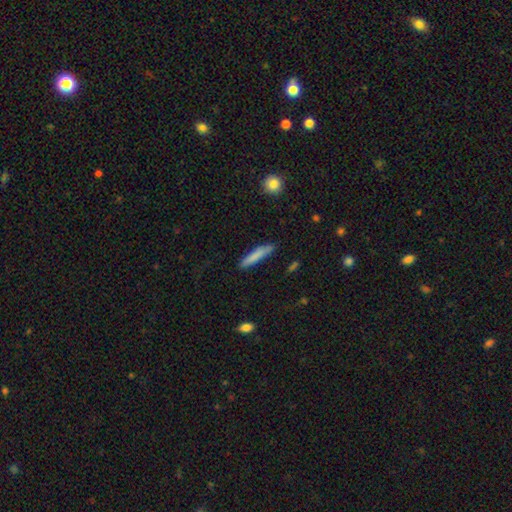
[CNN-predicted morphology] The model was most divided on "smooth or featured": smooth: 80%, featured or disk: 14%, star or artifact: 6%. More confident: how rounded — cigar-shaped (92%); merging — none (86%).